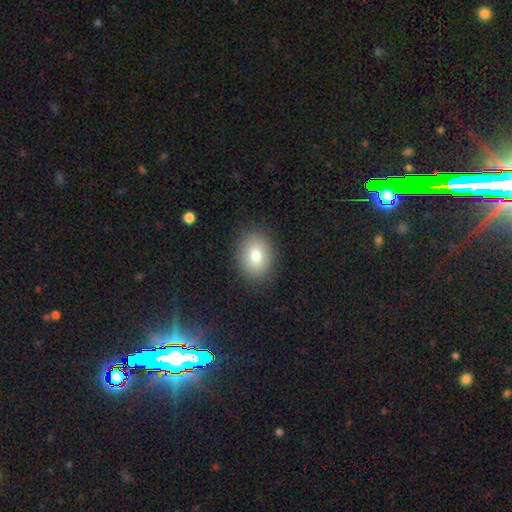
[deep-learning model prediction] Smooth or featured? Predicted: smooth (p=0.78). How rounded? Predicted: in between (p=0.60). Merging? Predicted: none (p=0.88).